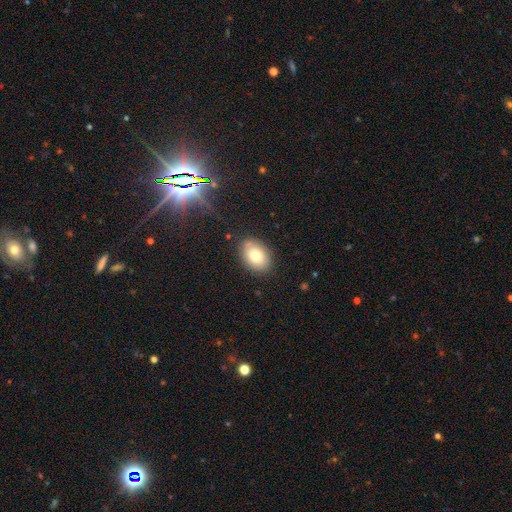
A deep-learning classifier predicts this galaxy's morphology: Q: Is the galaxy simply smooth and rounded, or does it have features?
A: smooth — 77%.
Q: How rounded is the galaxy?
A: in between — 80%.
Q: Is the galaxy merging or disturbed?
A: none — 82%.